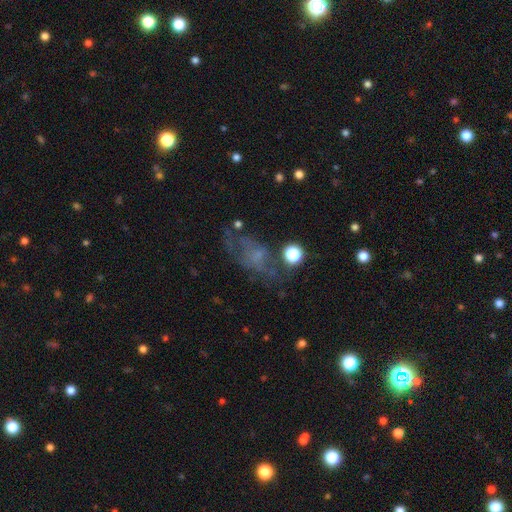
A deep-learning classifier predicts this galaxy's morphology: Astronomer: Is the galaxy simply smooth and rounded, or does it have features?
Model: featured or disk — 44% (runner-up: smooth, 36%).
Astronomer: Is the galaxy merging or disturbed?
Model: none — 42% (runner-up: major disturbance, 31%).